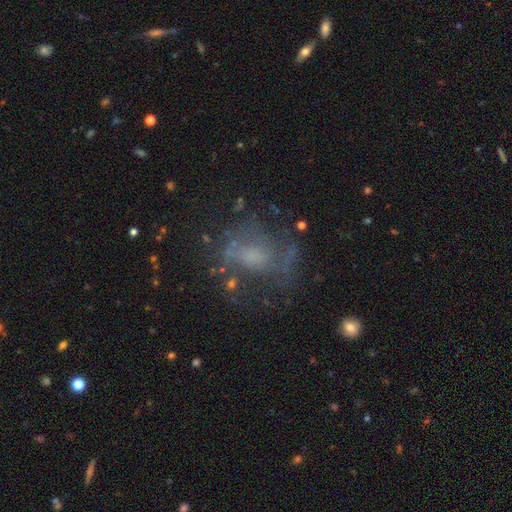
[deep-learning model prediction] Smooth or featured? featured or disk (54%)
Edge-on disk? no (97%)
Bar? no (66%)
Spiral arms? yes (57%)
Bulge size? none (37%)
Merging? none (45%)